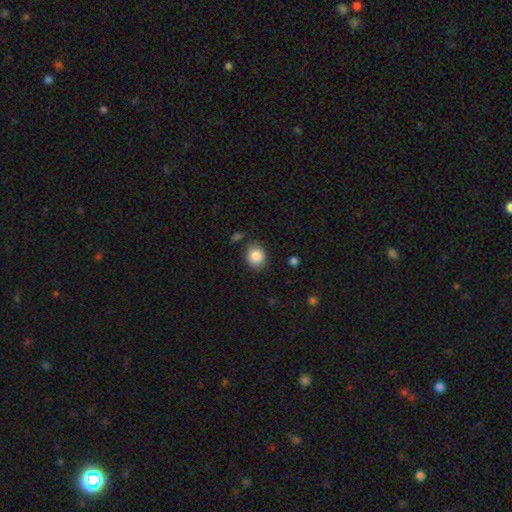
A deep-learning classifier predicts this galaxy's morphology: Smooth or featured: smooth — 86% (star or artifact — 8%)
How rounded: round — 71% (in between — 28%)
Merging: none — 80% (minor disturbance — 13%)